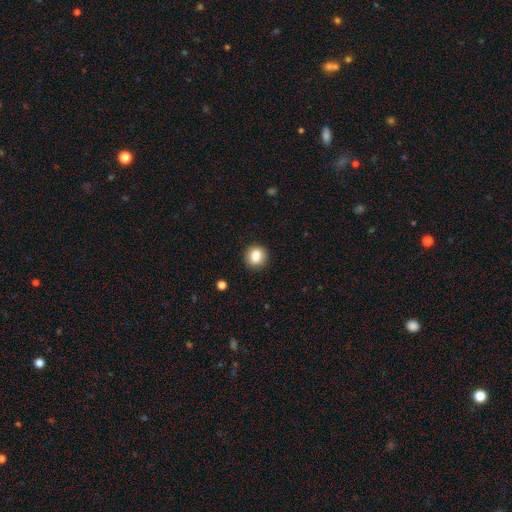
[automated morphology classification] A smooth galaxy with no disk features (84%) that is round (82%).

Vote fractions:
- Smooth or featured? smooth: 84% / star or artifact: 9% / featured or disk: 6%
- How rounded? round: 82% / in between: 17% / cigar-shaped: 1%
- Merging? none: 90% / minor disturbance: 6% / major disturbance: 2% / merger: 1%